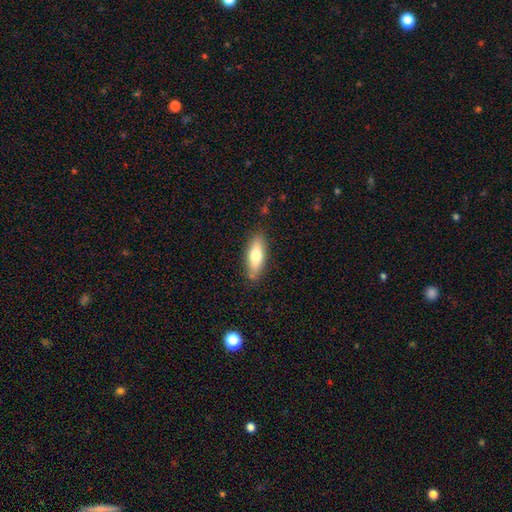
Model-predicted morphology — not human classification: smooth 71%, featured or disk 23%, star or artifact 6%. Down the decision tree: how rounded — in between (59%); merging — none (83%).